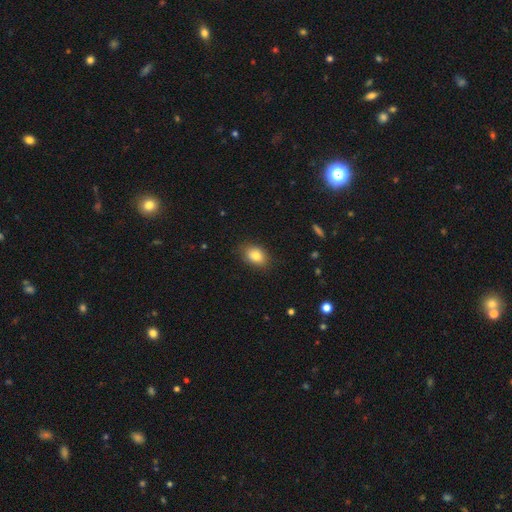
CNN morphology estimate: A smooth galaxy with no disk features (82%) that is in between round and cigar-shaped (76%).

Vote fractions:
- Smooth or featured? smooth: 82% / star or artifact: 9% / featured or disk: 9%
- How rounded? in between: 76% / round: 23% / cigar-shaped: 1%
- Merging? none: 83% / minor disturbance: 13% / major disturbance: 3% / merger: 1%